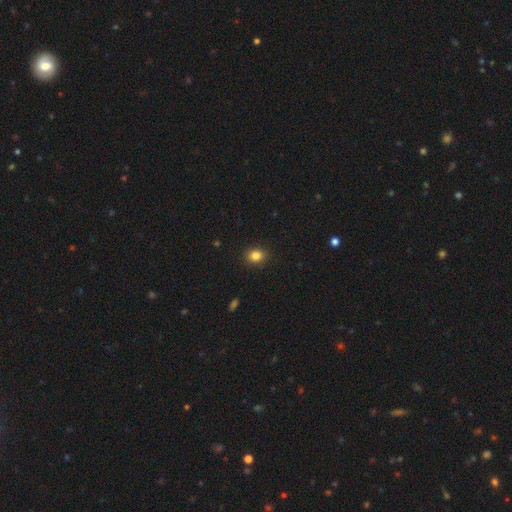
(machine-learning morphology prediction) A smooth galaxy with no disk features (84%) that is round (57%). Merging: none (90%).